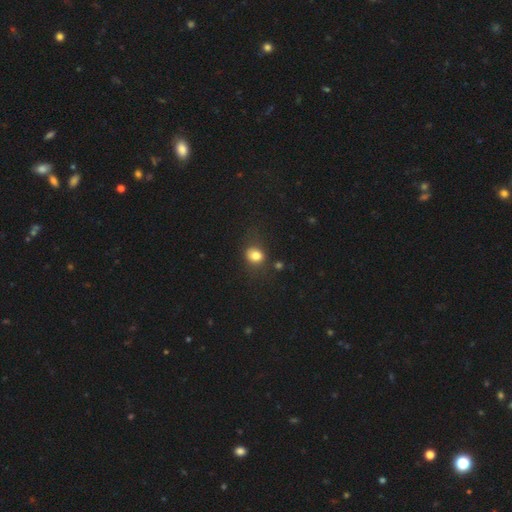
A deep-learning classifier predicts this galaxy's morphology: smooth-or-featured: smooth: 79% | star or artifact: 12% | featured or disk: 9%
  how-rounded: round: 58% | in between: 41% | cigar-shaped: 1%
  merging: none: 68% | minor disturbance: 19% | major disturbance: 8% | merger: 4%